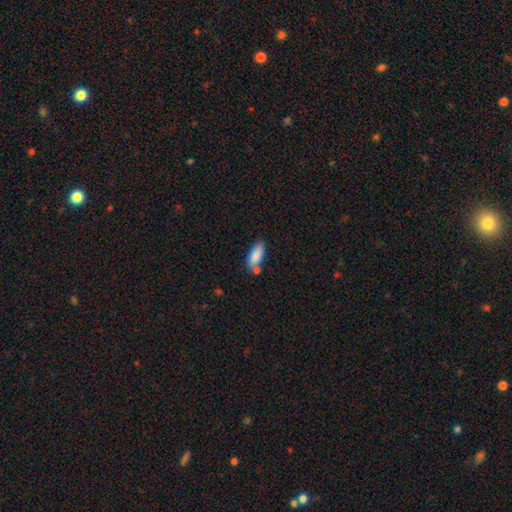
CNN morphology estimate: The model was most divided on "merging": none: 64%, minor disturbance: 17%, merger: 15%, major disturbance: 4%. More confident: smooth or featured — smooth (87%); how rounded — in between (77%).